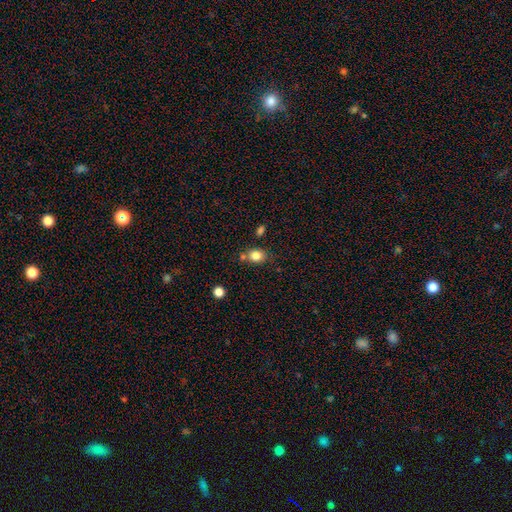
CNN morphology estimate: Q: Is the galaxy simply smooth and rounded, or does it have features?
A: smooth — 82%.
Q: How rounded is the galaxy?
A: round — 58%.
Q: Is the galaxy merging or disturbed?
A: none — 66%.